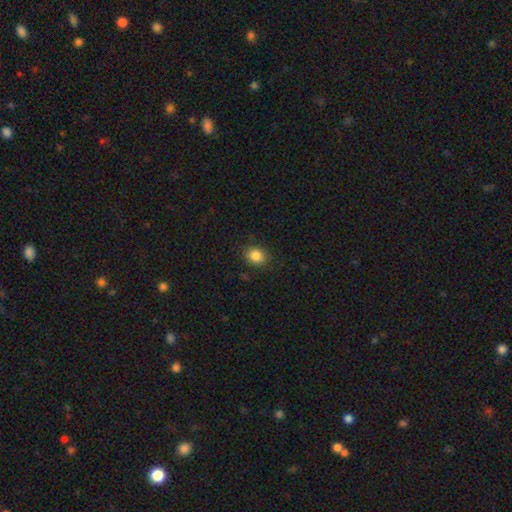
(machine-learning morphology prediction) Smooth or featured? Predicted: smooth (p=0.85). How rounded? Predicted: round (p=0.61). Merging? Predicted: none (p=0.86).